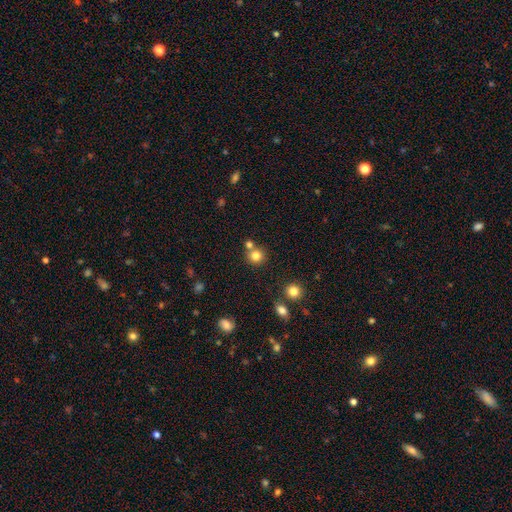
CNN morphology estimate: A smooth galaxy with no disk features (80%) that is round (91%). Merging: none (66%).